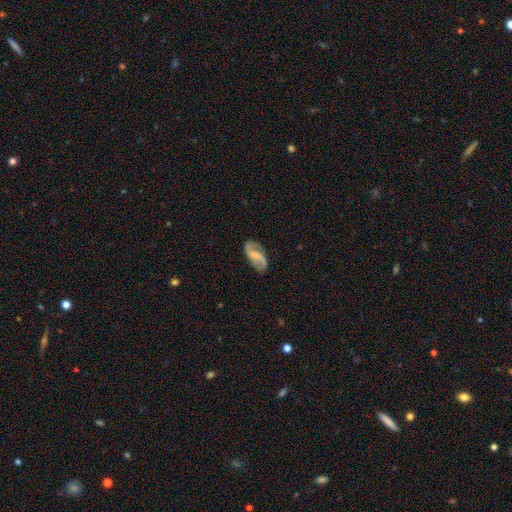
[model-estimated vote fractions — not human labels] This appears to be a featured or disk galaxy (75%) with a weak bar (45%), 2 (89%) loose (49%) spiral arms (94%) and no central bulge (50%). Merging: none (73%).